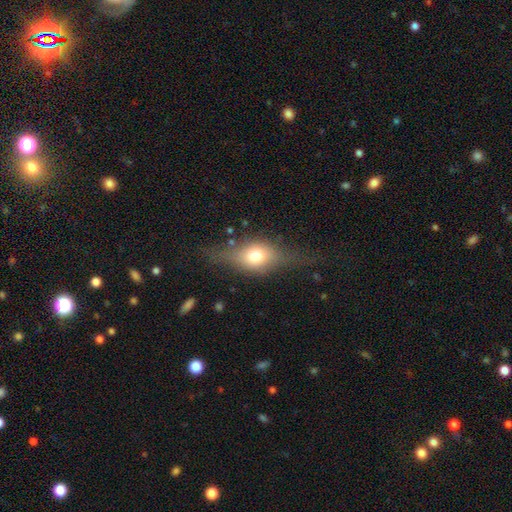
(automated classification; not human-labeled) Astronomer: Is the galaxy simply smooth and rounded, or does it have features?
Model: smooth — 52% (runner-up: featured or disk, 38%).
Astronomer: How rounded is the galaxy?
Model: in between — 58%.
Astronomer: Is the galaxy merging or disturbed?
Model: none — 62%.